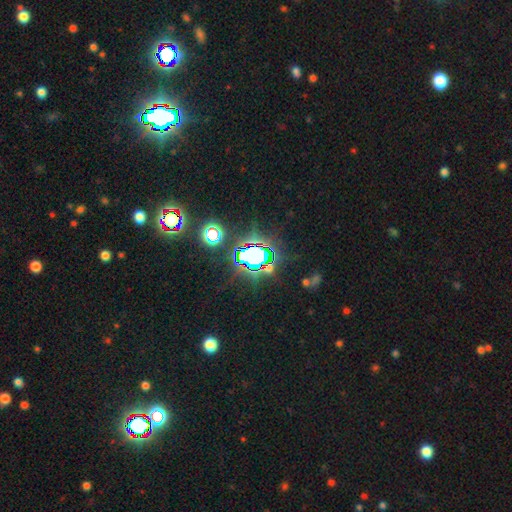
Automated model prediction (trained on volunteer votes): Smooth or featured: star or artifact — 72% (smooth — 17%)